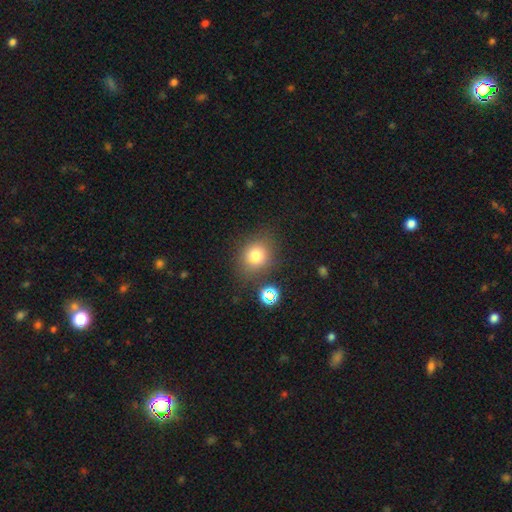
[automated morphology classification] This appears to be a smooth galaxy with no disk features (78%) that is round (71%). Merging: none (76%).